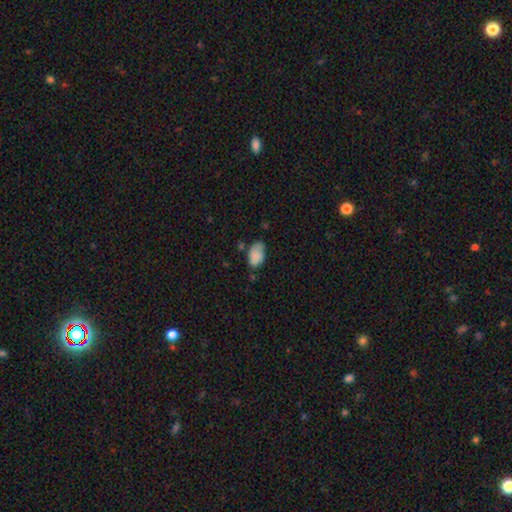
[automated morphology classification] A smooth galaxy with no disk features (85%) that is in between round and cigar-shaped (90%).

Vote fractions:
- Smooth or featured? smooth: 85% / star or artifact: 8% / featured or disk: 7%
- How rounded? in between: 90% / round: 9% / cigar-shaped: 1%
- Merging? none: 53% / minor disturbance: 34% / major disturbance: 9% / merger: 5%